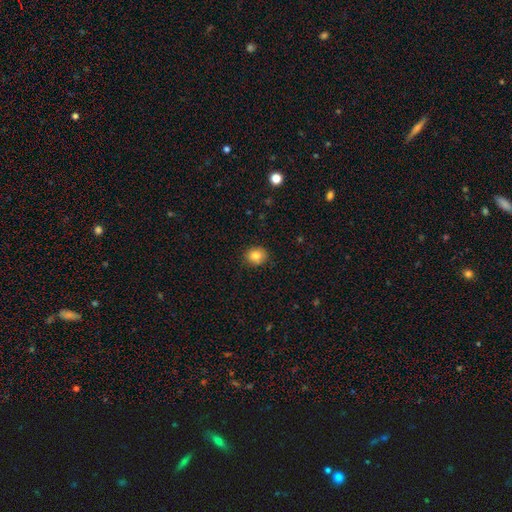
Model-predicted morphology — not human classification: Smooth or featured: smooth — 82% (star or artifact — 10%)
How rounded: round — 72% (in between — 27%)
Merging: none — 87% (minor disturbance — 10%)